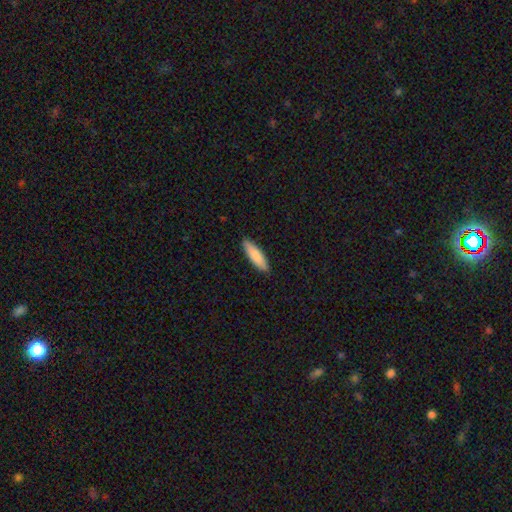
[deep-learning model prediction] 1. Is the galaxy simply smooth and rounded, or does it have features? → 84% smooth, 11% featured or disk, 5% star or artifact.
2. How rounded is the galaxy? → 62% cigar-shaped, 36% in between, 1% round.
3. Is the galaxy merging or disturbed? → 90% none, 8% minor disturbance, 1% major disturbance, 1% merger.